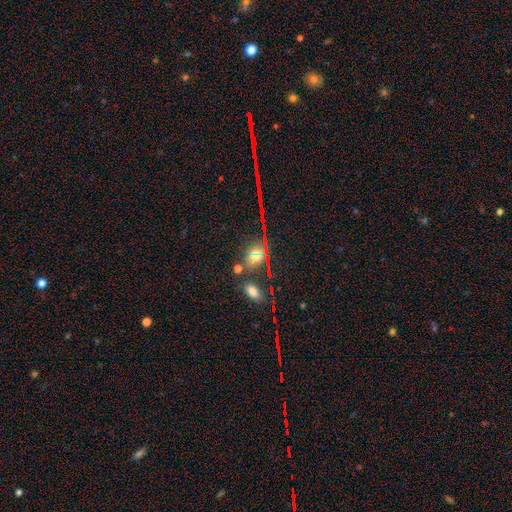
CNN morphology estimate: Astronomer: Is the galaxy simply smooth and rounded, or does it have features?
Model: smooth — 56%.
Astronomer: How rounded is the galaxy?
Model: in between — 62%.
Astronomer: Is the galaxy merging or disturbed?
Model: none — 69%.